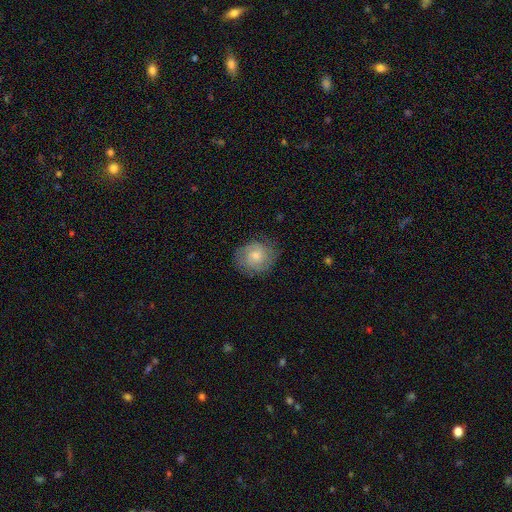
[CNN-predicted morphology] The model was most divided on "smooth or featured": featured or disk: 47%, smooth: 46%, star or artifact: 7%. More confident: merging — none (75%).